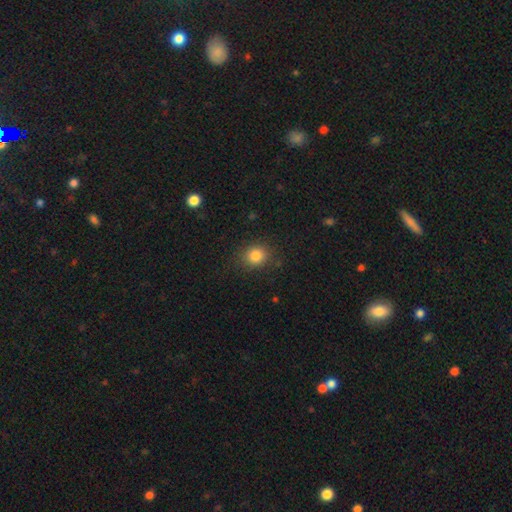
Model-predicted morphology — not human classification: Smooth or featured? Predicted: smooth (p=0.83). How rounded? Predicted: round (p=0.72). Merging? Predicted: none (p=0.85).